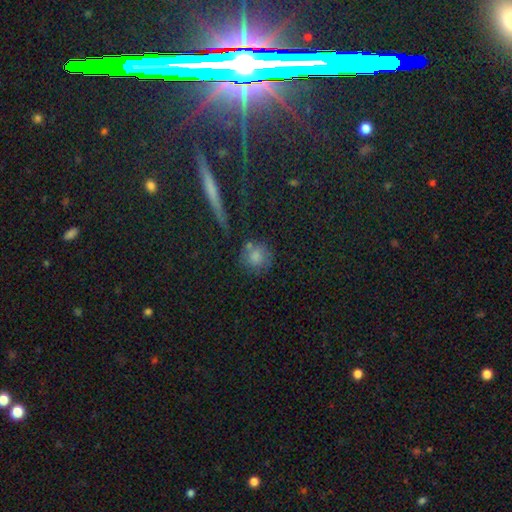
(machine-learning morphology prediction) This appears to be a smooth galaxy with no disk features (72%) that is round (87%). Merging: none (64%).